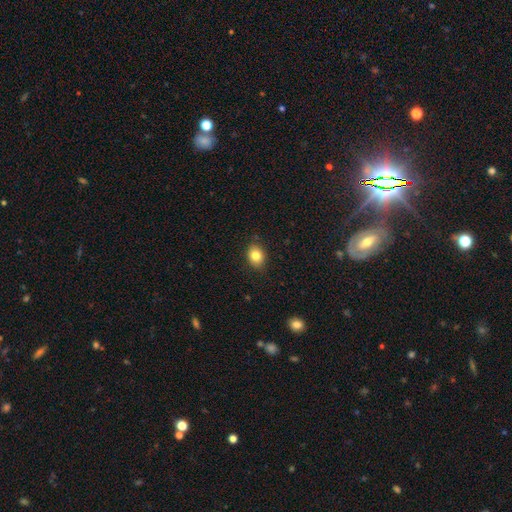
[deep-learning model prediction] smooth-or-featured: smooth: 83% | star or artifact: 10% | featured or disk: 7%
  how-rounded: in between: 59% | round: 40% | cigar-shaped: 1%
  merging: none: 87% | minor disturbance: 10% | major disturbance: 2% | merger: 1%